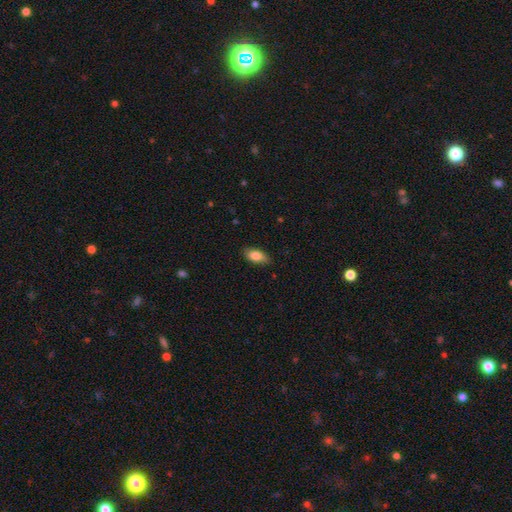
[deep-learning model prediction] A smooth galaxy with no disk features (82%) that is in between round and cigar-shaped (87%). Merging: none (82%).